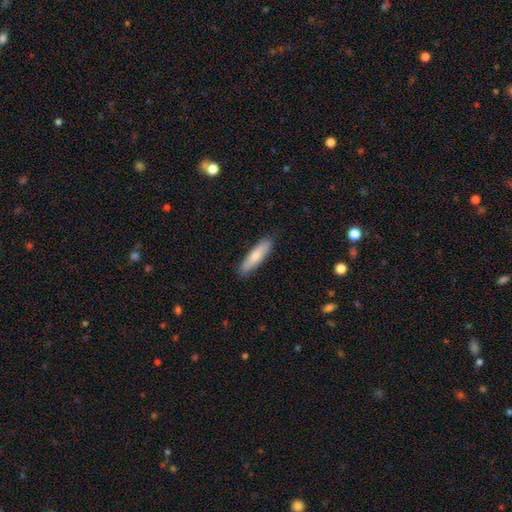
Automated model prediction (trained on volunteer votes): Morphology: type=smooth (77%); roundness=cigar-shaped (72%); merging=none (87%).